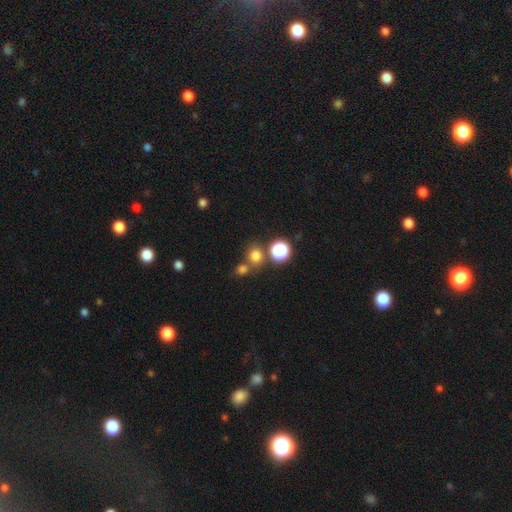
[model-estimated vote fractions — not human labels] Smooth or featured?
  - smooth: 74% *
  - star or artifact: 19%
  - featured or disk: 7%
How rounded?
  - round: 79% *
  - in between: 20%
  - cigar-shaped: 1%
Merging?
  - none: 64% *
  - merger: 24%
  - minor disturbance: 8%
  - major disturbance: 4%